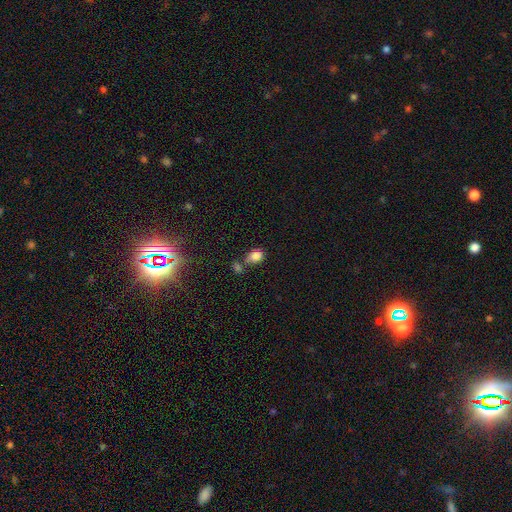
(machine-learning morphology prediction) Smooth or featured?
  - smooth: 82% *
  - star or artifact: 11%
  - featured or disk: 7%
How rounded?
  - in between: 76% *
  - round: 22%
  - cigar-shaped: 2%
Merging?
  - none: 46% *
  - merger: 30%
  - minor disturbance: 17%
  - major disturbance: 7%